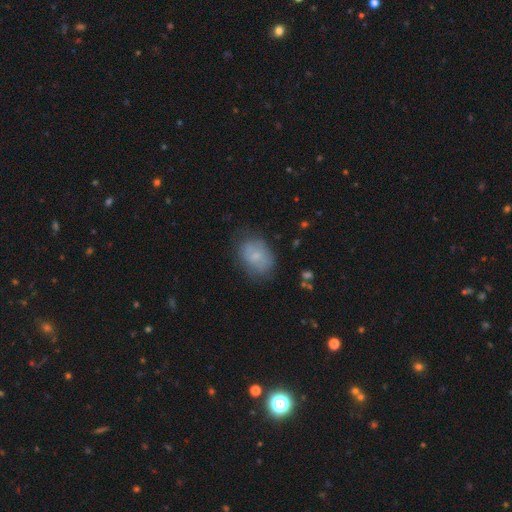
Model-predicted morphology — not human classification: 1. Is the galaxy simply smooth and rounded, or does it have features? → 66% smooth, 25% featured or disk, 9% star or artifact.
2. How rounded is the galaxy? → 73% in between, 26% round, 1% cigar-shaped.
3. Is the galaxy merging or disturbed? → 67% none, 23% minor disturbance, 8% major disturbance, 2% merger.